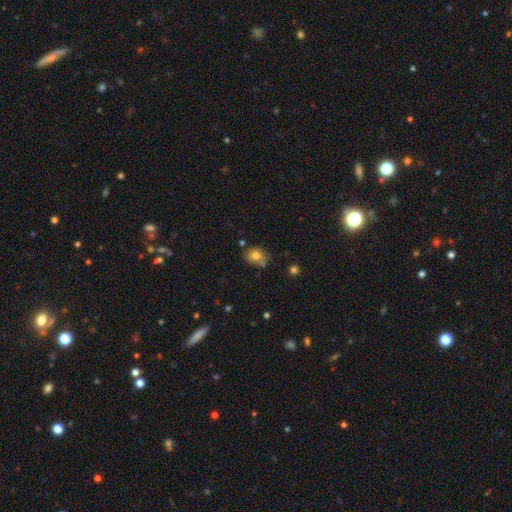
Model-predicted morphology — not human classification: A smooth galaxy with no disk features (76%) that is round (50%).

Vote fractions:
- Smooth or featured? smooth: 76% / featured or disk: 13% / star or artifact: 11%
- How rounded? round: 50% / in between: 49% / cigar-shaped: 1%
- Merging? none: 67% / minor disturbance: 19% / merger: 10% / major disturbance: 4%